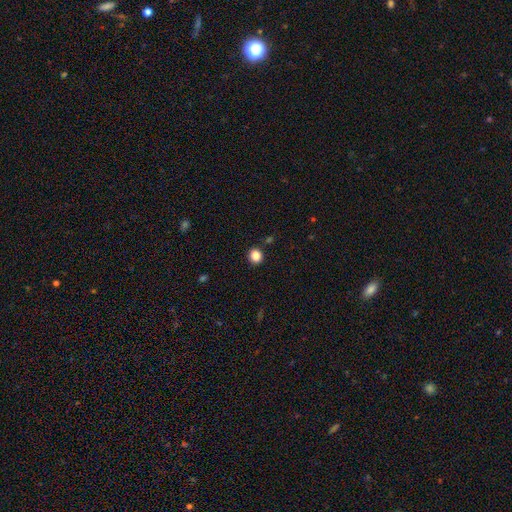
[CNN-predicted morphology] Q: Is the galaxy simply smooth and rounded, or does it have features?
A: smooth — 86%.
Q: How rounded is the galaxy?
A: round — 81%.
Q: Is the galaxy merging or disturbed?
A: none — 90%.